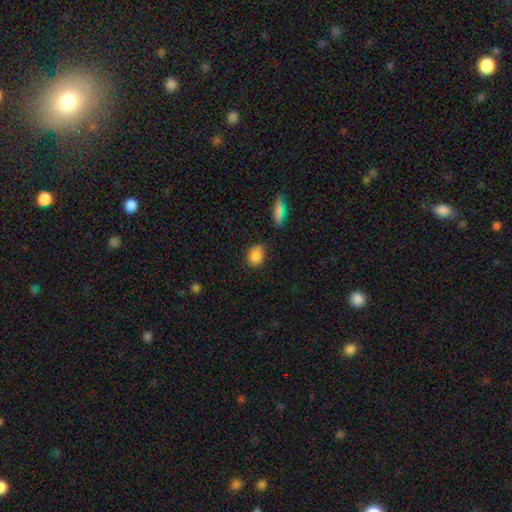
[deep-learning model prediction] Smooth or featured? smooth (85%)
How rounded? in between (57%)
Merging? none (73%)